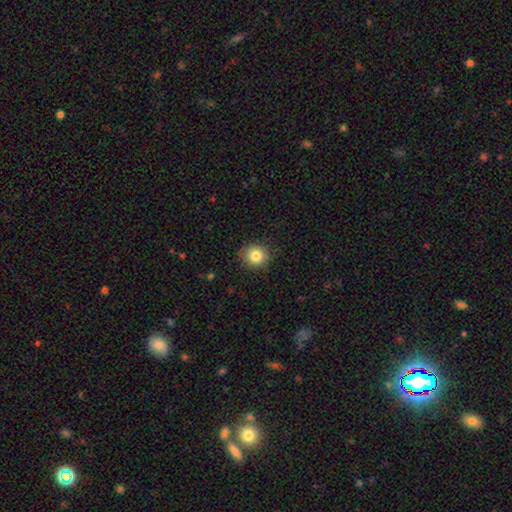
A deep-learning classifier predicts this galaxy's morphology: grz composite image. It shows a smooth galaxy with no disk features (84%) that is round (86%). Merging: none (84%).